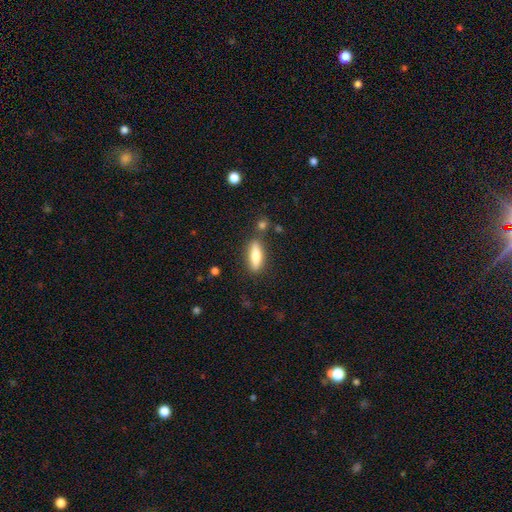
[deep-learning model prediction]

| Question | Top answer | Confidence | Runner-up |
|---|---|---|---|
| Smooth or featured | smooth | 72% | featured or disk (21%) |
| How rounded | in between | 50% | cigar-shaped (48%) |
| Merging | none | 81% | minor disturbance (11%) |